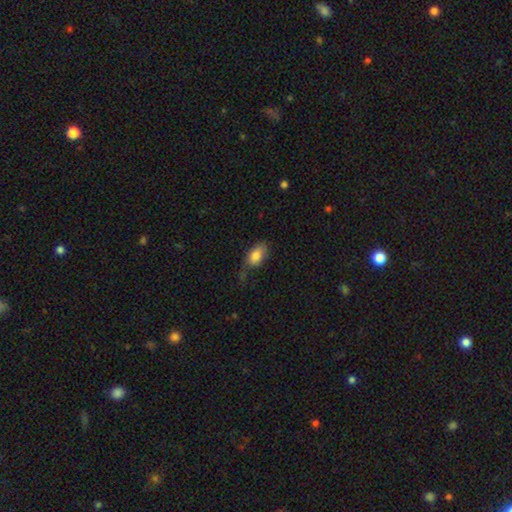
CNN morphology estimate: This appears to be a smooth galaxy with no disk features (81%) that is in between round and cigar-shaped (91%). Merging: none (46%).